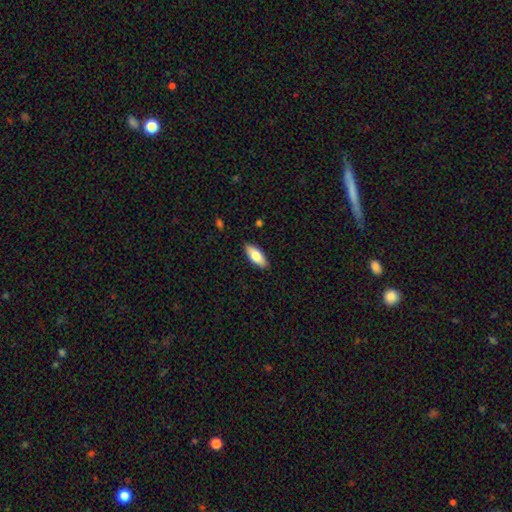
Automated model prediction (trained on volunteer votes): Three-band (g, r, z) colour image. It shows a smooth galaxy with no disk features (78%) that is in between round and cigar-shaped (80%). Merging: none (89%).